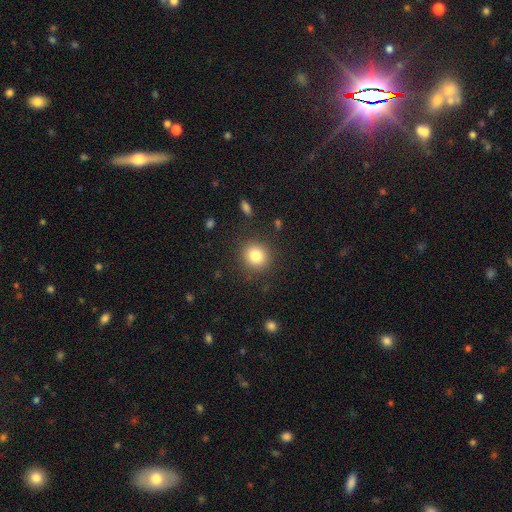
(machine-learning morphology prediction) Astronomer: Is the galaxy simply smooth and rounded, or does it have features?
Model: smooth — 81%.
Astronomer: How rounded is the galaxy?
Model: round — 89%.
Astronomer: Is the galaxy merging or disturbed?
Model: none — 87%.